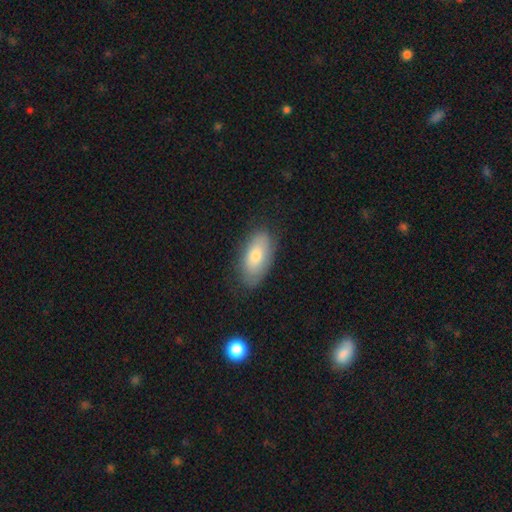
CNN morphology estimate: Q: Smooth or featured?
A: smooth (72%); runner-up: featured or disk (21%)
Q: How rounded?
A: in between (92%); runner-up: cigar-shaped (5%)
Q: Merging?
A: none (77%); runner-up: minor disturbance (18%)